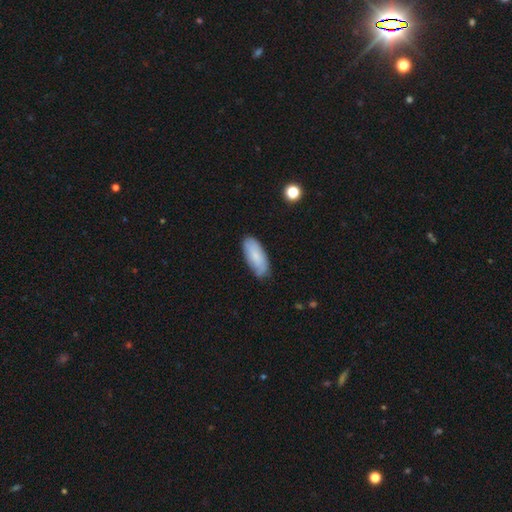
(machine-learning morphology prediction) This appears to be a smooth galaxy with no disk features (78%) that is in between round and cigar-shaped (82%). Merging: none (75%).